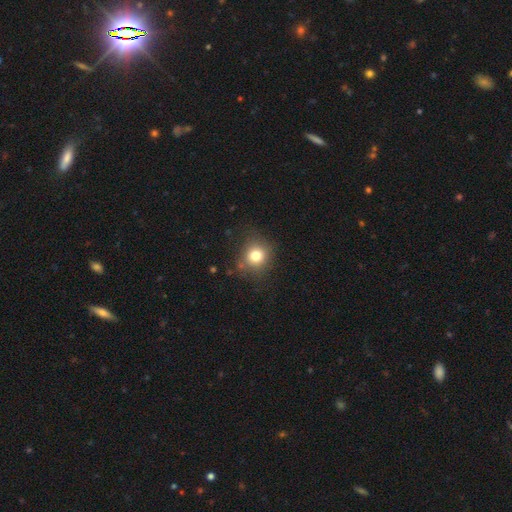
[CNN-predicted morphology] Q: Smooth or featured?
A: smooth (78%); runner-up: star or artifact (13%)
Q: How rounded?
A: round (82%); runner-up: in between (17%)
Q: Merging?
A: none (79%); runner-up: minor disturbance (15%)